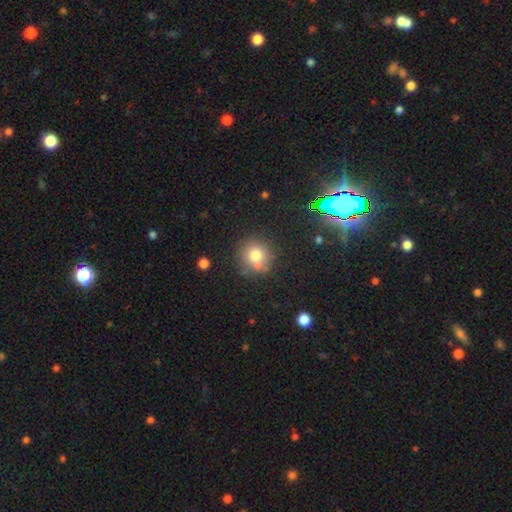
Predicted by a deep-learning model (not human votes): smooth-or-featured: smooth: 75% | star or artifact: 14% | featured or disk: 12%
  how-rounded: round: 92% | in between: 7% | cigar-shaped: 1%
  merging: none: 72% | merger: 13% | minor disturbance: 11% | major disturbance: 4%